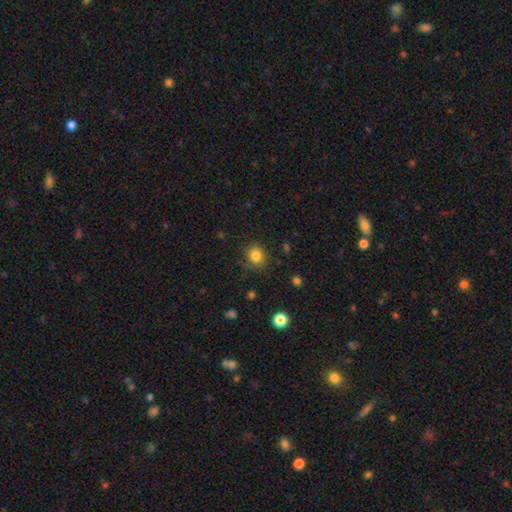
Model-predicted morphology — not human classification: Smooth or featured? Predicted: smooth (p=0.83). How rounded? Predicted: round (p=0.83). Merging? Predicted: none (p=0.84).